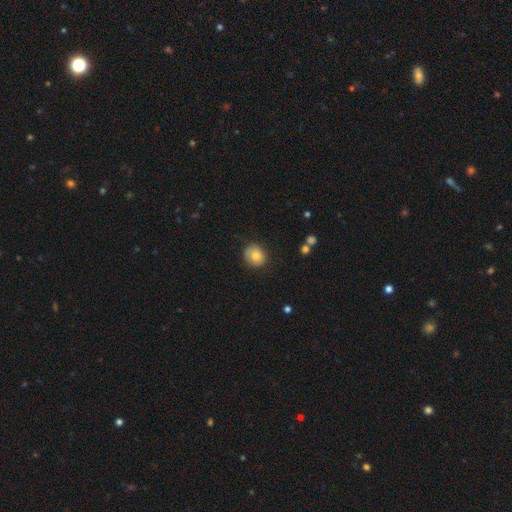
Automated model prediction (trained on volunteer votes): Smooth or featured? smooth (78%)
How rounded? round (74%)
Merging? none (79%)